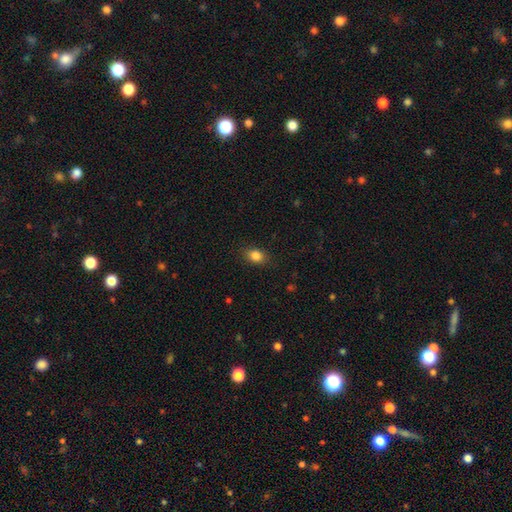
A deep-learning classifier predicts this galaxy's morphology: This is clearly a smooth galaxy (85%). How rounded: likely in between (70%). Merging: clearly none (85%).